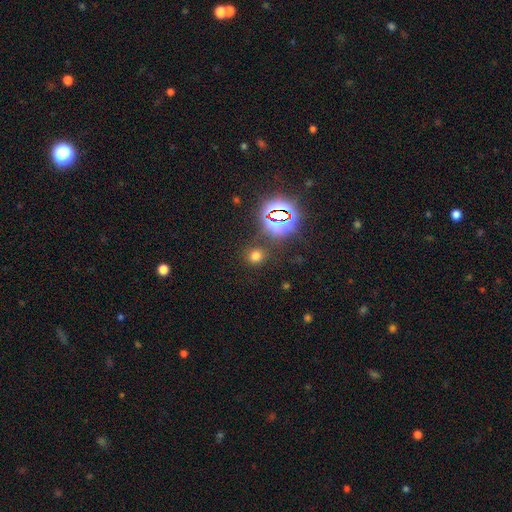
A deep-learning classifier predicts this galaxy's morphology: Smooth or featured: smooth — 62% (star or artifact — 31%)
How rounded: round — 82% (in between — 17%)
Merging: none — 82% (minor disturbance — 10%)